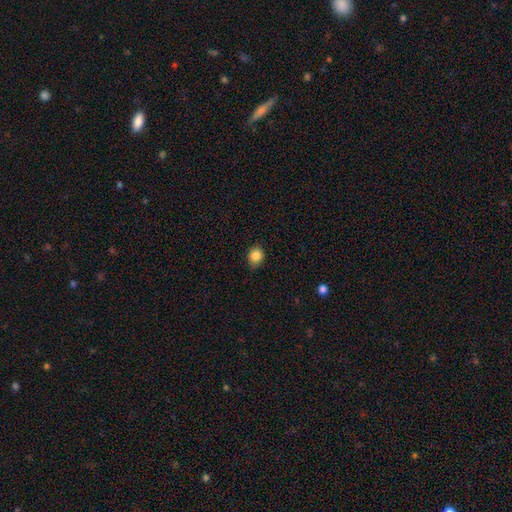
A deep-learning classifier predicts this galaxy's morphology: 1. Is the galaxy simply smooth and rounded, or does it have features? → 86% smooth, 10% star or artifact, 4% featured or disk.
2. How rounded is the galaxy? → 67% round, 32% in between, 1% cigar-shaped.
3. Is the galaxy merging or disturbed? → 80% none, 16% minor disturbance, 3% major disturbance, 1% merger.